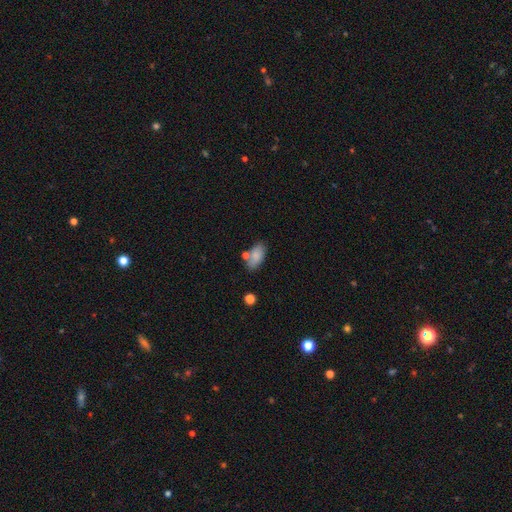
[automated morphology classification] Smooth or featured? smooth (82%)
How rounded? in between (92%)
Merging? none (67%)